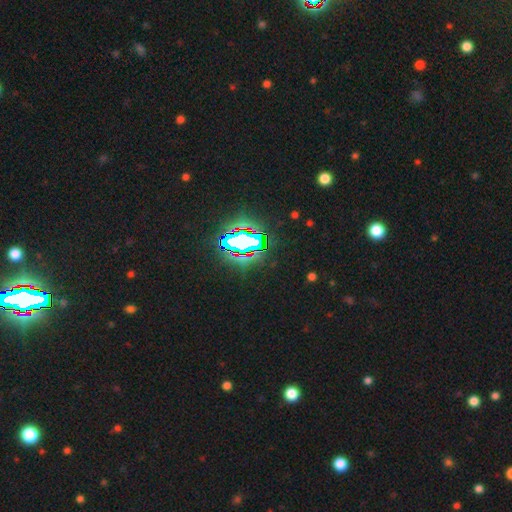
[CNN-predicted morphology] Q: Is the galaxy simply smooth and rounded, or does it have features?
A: star or artifact — 83%.